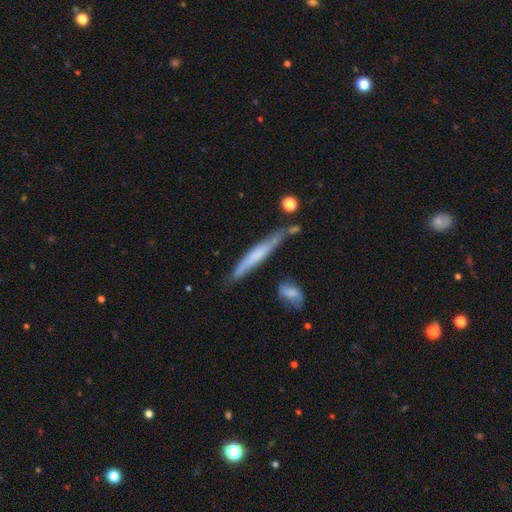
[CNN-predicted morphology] type=smooth (49%); merging=none (63%).